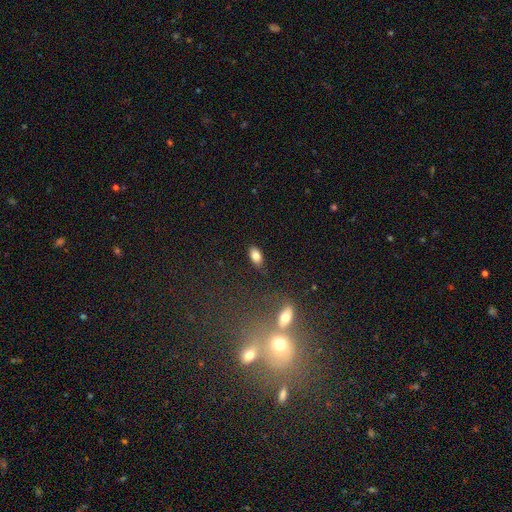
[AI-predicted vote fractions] This is clearly a smooth galaxy (83%). How rounded: clearly in between (91%). Merging: clearly none (84%).